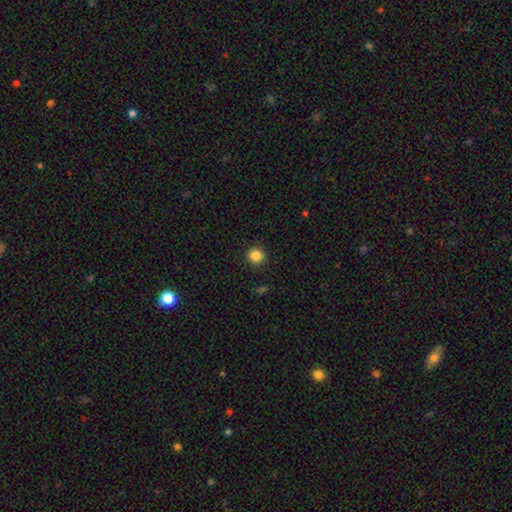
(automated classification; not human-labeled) smooth_or_featured: smooth (p=0.85) [alt: star or artifact p=0.11]
how_rounded: round (p=0.94) [alt: in between p=0.05]
merging: none (p=0.92) [alt: minor disturbance p=0.05]